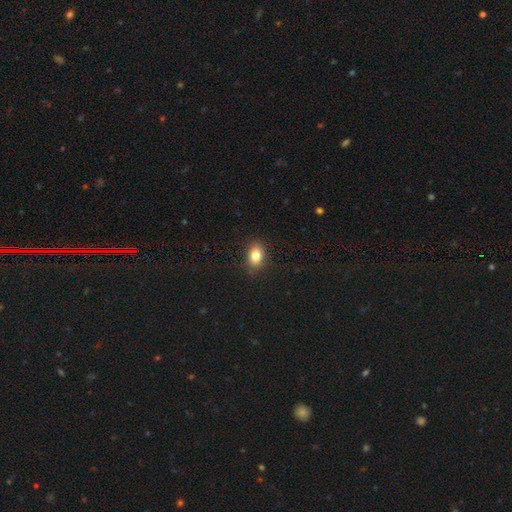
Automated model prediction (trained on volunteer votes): Overall: smooth (82%). How rounded: in between (79%). Merging: none (86%).